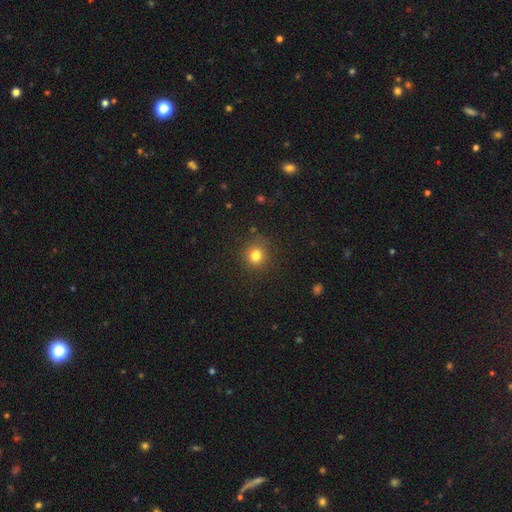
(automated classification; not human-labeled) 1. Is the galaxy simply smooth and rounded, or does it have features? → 80% smooth, 14% star or artifact, 6% featured or disk.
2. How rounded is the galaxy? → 89% round, 10% in between, 1% cigar-shaped.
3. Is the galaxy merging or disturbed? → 85% none, 10% minor disturbance, 3% major disturbance, 2% merger.